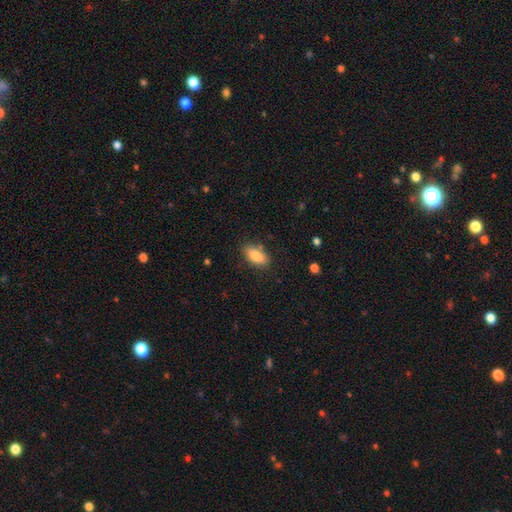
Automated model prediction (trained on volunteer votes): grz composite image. It shows a smooth galaxy with no disk features (83%) that is in between round and cigar-shaped (87%). Merging: none (83%).